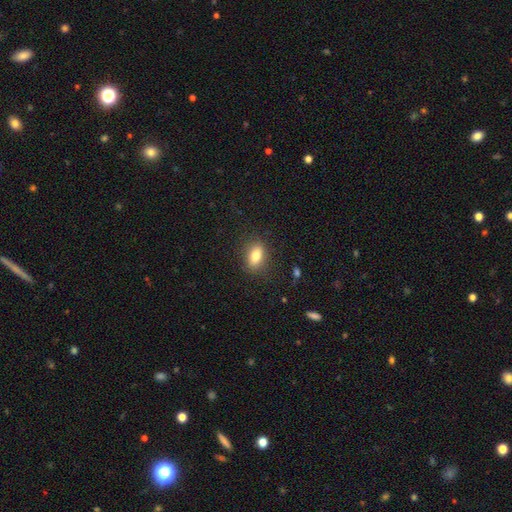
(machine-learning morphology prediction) Q: Smooth or featured?
A: smooth (80%); runner-up: featured or disk (10%)
Q: How rounded?
A: in between (81%); runner-up: round (14%)
Q: Merging?
A: none (86%); runner-up: minor disturbance (10%)